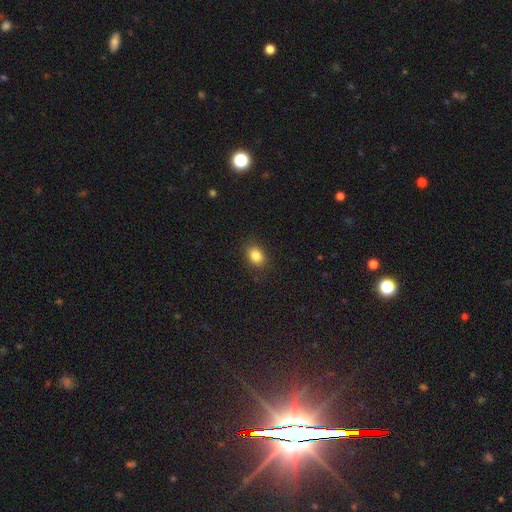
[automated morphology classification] The model was most divided on "how rounded": in between: 67%, round: 32%, cigar-shaped: 1%. More confident: merging — none (88%); smooth or featured — smooth (85%).